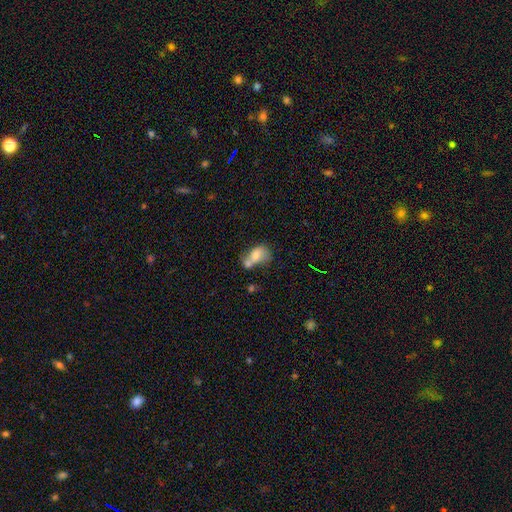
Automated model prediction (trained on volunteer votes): smooth_or_featured: smooth (p=0.66) [alt: featured or disk p=0.24]
how_rounded: in between (p=0.77) [alt: round p=0.21]
merging: merger (p=0.56) [alt: none p=0.19]